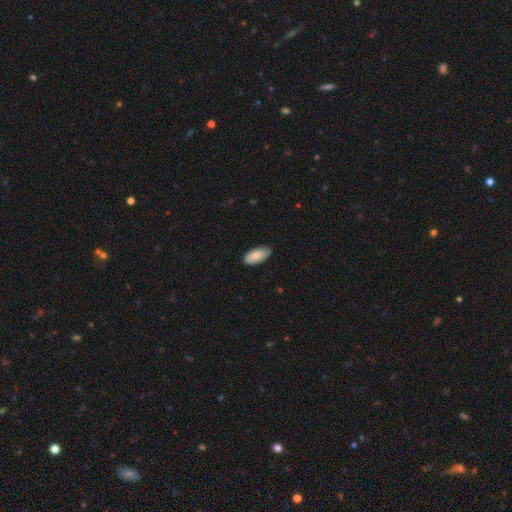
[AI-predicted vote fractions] smooth-or-featured: smooth: 84% | featured or disk: 11% | star or artifact: 6%
  how-rounded: in between: 93% | cigar-shaped: 5% | round: 2%
  merging: none: 82% | minor disturbance: 15% | major disturbance: 2% | merger: 1%